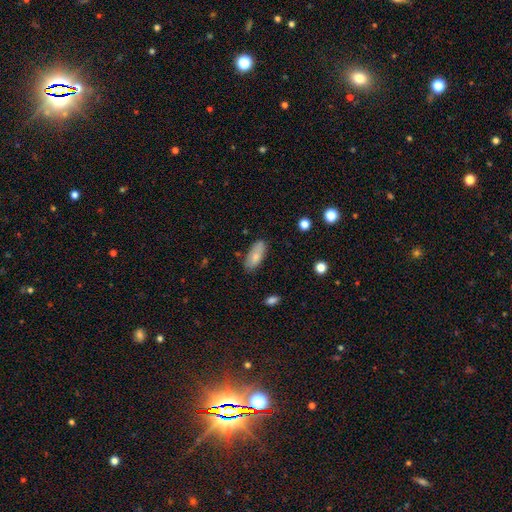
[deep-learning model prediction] Smooth or featured? Predicted: smooth (p=0.78). How rounded? Predicted: in between (p=0.84). Merging? Predicted: none (p=0.77).